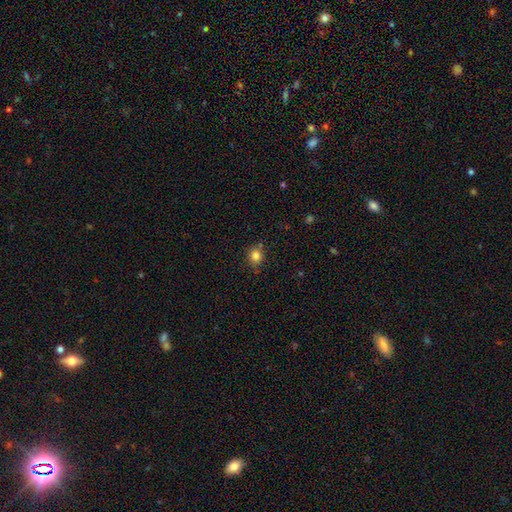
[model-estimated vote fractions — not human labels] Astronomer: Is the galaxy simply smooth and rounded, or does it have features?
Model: smooth — 82%.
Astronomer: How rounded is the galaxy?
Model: round — 78%.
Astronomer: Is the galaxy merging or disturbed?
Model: none — 80%.